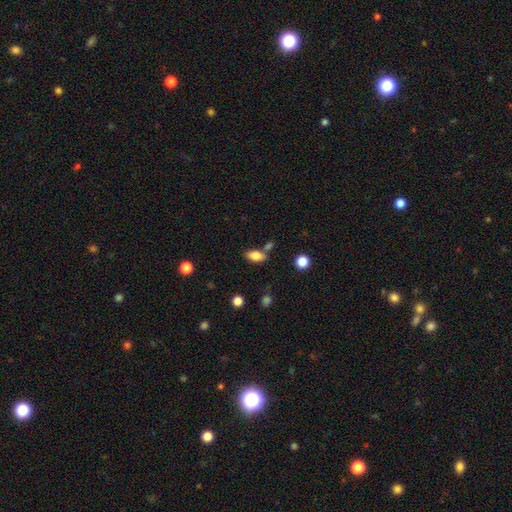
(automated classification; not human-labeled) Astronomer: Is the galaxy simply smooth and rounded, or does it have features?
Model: smooth — 83%.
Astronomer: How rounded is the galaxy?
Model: in between — 90%.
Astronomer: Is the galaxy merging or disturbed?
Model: none — 69%.